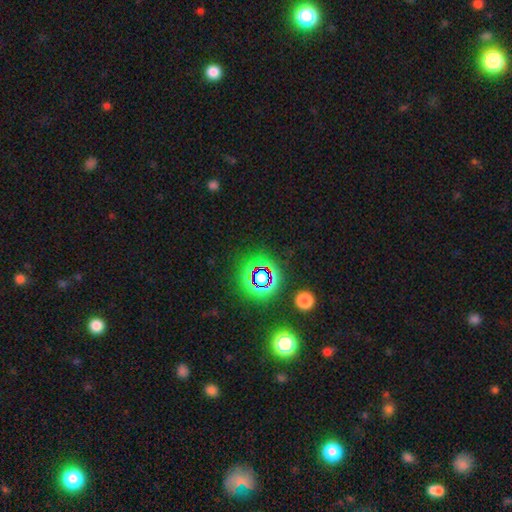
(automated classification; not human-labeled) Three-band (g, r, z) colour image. It shows a star or artifact, not a galaxy (75%).